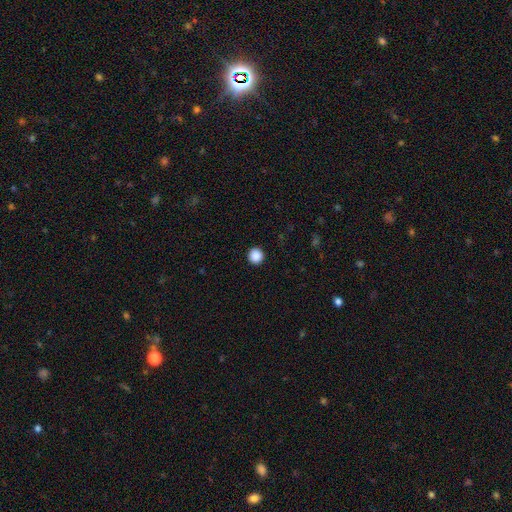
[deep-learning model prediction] Q: Smooth or featured?
A: smooth (89%); runner-up: star or artifact (9%)
Q: How rounded?
A: round (96%); runner-up: in between (3%)
Q: Merging?
A: none (94%); runner-up: minor disturbance (4%)